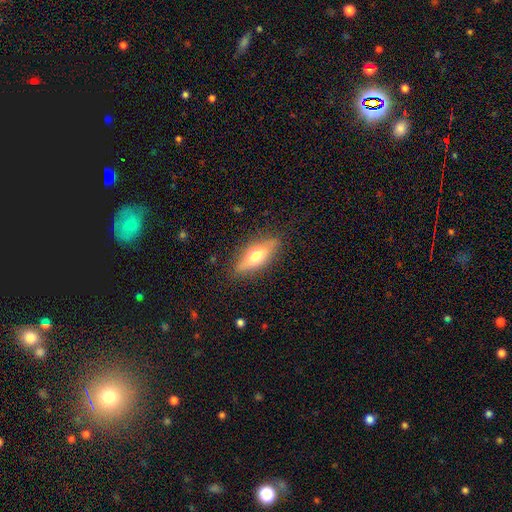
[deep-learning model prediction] The model was most divided on "how rounded": in between: 58%, cigar-shaped: 39%, round: 3%. More confident: merging — none (83%); smooth or featured — smooth (58%).